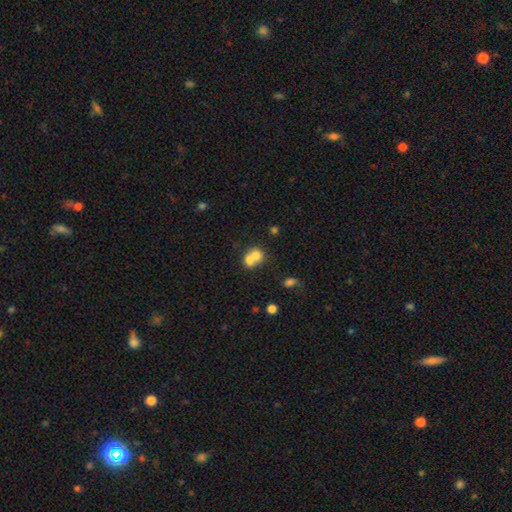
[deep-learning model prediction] Morphology: type=smooth (68%); roundness=round (66%); merging=merger (68%).